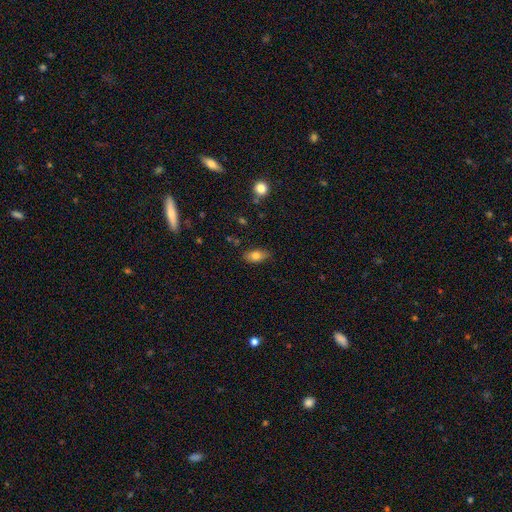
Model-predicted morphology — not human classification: A smooth galaxy with no disk features (78%) that is in between round and cigar-shaped (86%).

Vote fractions:
- Smooth or featured? smooth: 78% / featured or disk: 13% / star or artifact: 9%
- How rounded? in between: 86% / cigar-shaped: 8% / round: 6%
- Merging? none: 80% / minor disturbance: 15% / major disturbance: 3% / merger: 2%